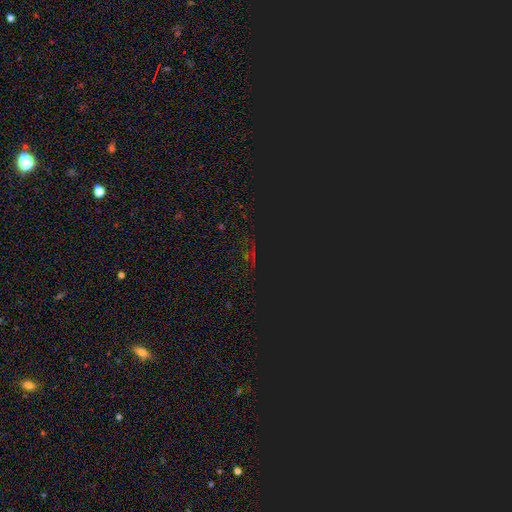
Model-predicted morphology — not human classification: A star or artifact, not a galaxy (82%).